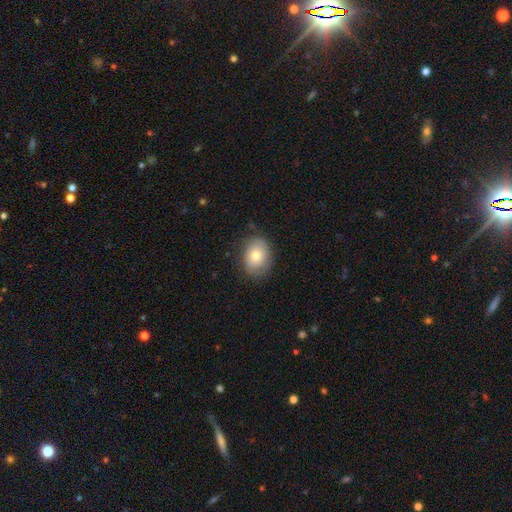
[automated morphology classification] smooth 73%, featured or disk 19%, star or artifact 8%. Down the decision tree: how rounded — in between (61%); merging — none (77%).